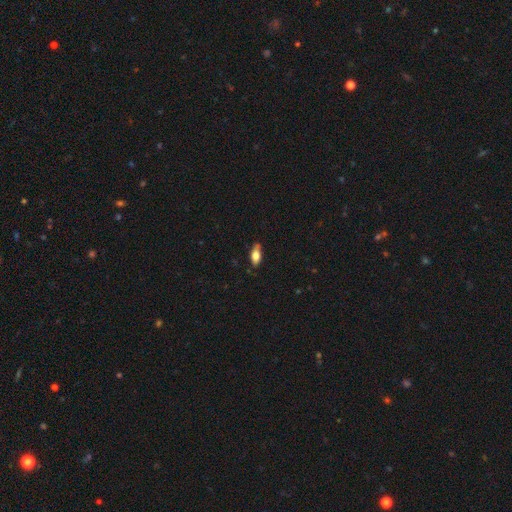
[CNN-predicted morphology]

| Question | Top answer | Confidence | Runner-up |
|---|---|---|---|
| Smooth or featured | smooth | 75% | featured or disk (18%) |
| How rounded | in between | 84% | cigar-shaped (13%) |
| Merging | none | 75% | minor disturbance (20%) |